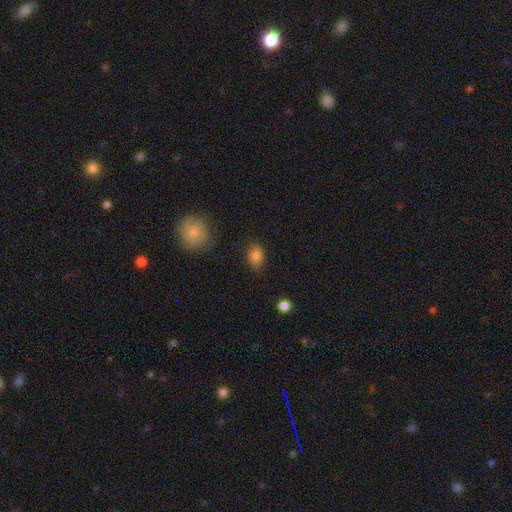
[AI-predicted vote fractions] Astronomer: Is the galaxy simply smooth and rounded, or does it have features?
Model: smooth — 82%.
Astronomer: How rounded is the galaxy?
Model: in between — 69%.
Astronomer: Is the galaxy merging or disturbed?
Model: none — 80%.